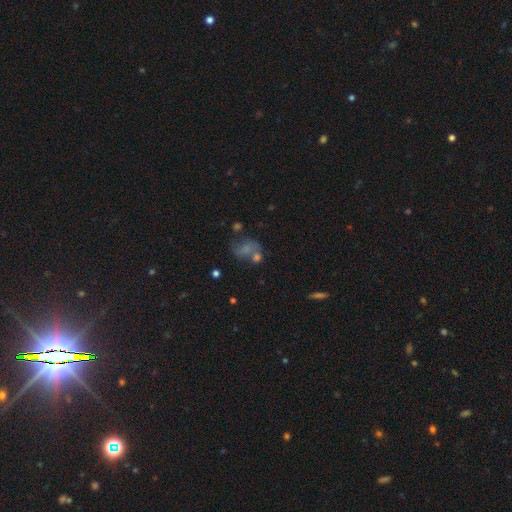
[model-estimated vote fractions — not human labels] smooth_or_featured: smooth (p=0.42) [alt: featured or disk p=0.31]
merging: none (p=0.47) [alt: merger p=0.22]